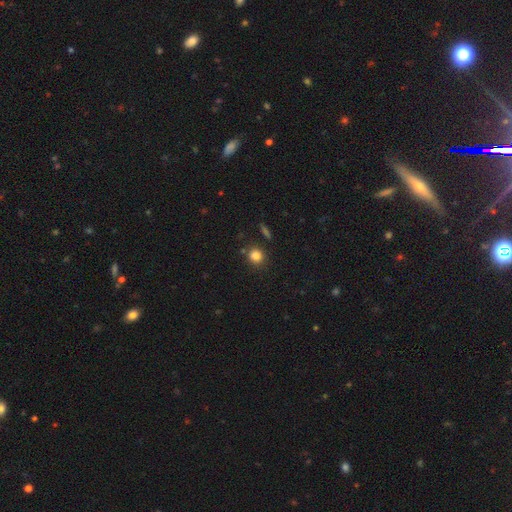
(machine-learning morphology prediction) Q: Smooth or featured?
A: smooth (83%); runner-up: star or artifact (12%)
Q: How rounded?
A: round (86%); runner-up: in between (13%)
Q: Merging?
A: none (82%); runner-up: minor disturbance (10%)